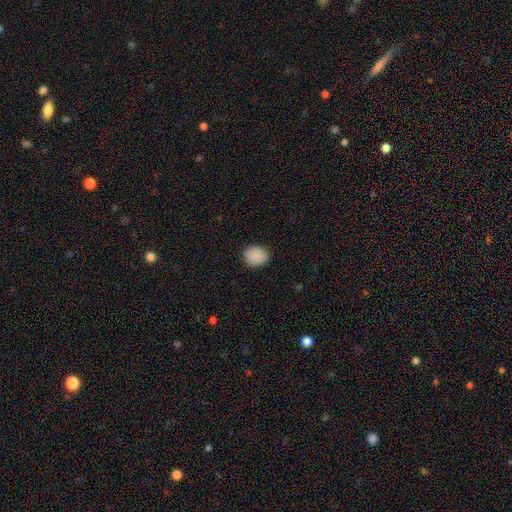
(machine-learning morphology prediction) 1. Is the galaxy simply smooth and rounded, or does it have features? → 89% smooth, 8% star or artifact, 3% featured or disk.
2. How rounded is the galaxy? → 64% round, 35% in between, 1% cigar-shaped.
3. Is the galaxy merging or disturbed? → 88% none, 8% minor disturbance, 2% major disturbance, 1% merger.